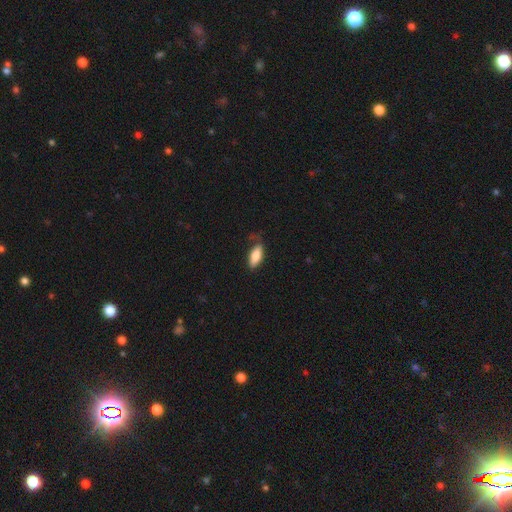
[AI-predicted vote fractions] A smooth galaxy with no disk features (84%) that is in between round and cigar-shaped (83%).

Vote fractions:
- Smooth or featured? smooth: 84% / featured or disk: 10% / star or artifact: 6%
- How rounded? in between: 83% / cigar-shaped: 15% / round: 2%
- Merging? none: 64% / minor disturbance: 26% / major disturbance: 7% / merger: 2%